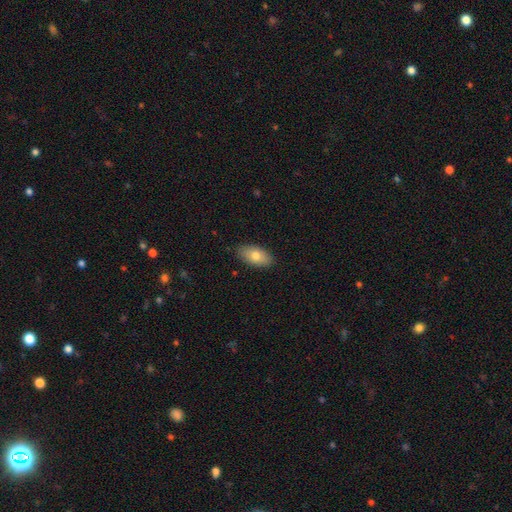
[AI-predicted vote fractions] smooth 75%, featured or disk 19%, star or artifact 7%. Down the decision tree: how rounded — in between (92%); merging — none (87%).